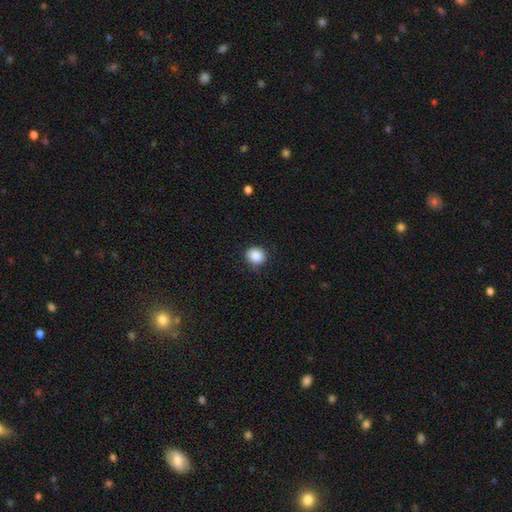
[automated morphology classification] Q: Smooth or featured?
A: smooth (88%); runner-up: star or artifact (9%)
Q: How rounded?
A: round (77%); runner-up: in between (22%)
Q: Merging?
A: none (84%); runner-up: minor disturbance (12%)